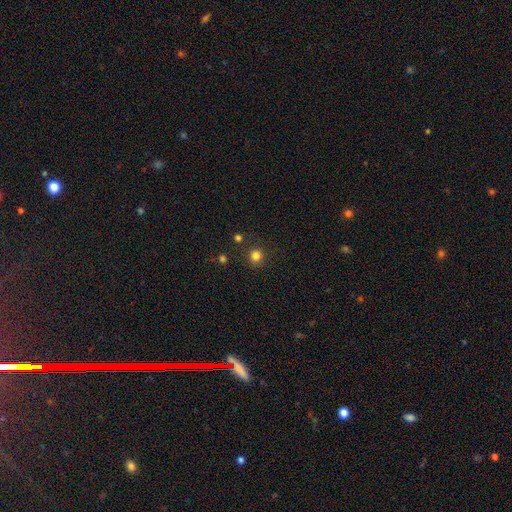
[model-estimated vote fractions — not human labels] A smooth galaxy with no disk features (80%) that is round (94%).

Vote fractions:
- Smooth or featured? smooth: 80% / star or artifact: 15% / featured or disk: 4%
- How rounded? round: 94% / in between: 5% / cigar-shaped: 1%
- Merging? none: 88% / minor disturbance: 7% / merger: 3% / major disturbance: 2%